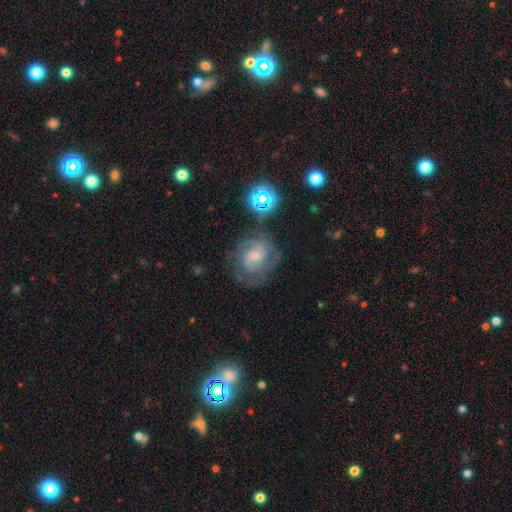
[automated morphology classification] smooth-or-featured: featured or disk: 74% | smooth: 15% | star or artifact: 11%
  disk-edge-on: no: 98% | yes: 2%
    bar: no: 55% | weak: 38% | strong: 8%
    has-spiral-arms: yes: 91% | no: 9%
      spiral-winding: tight: 52% | medium: 38% | loose: 10%
      spiral-arm-count: 2: 42% | can't tell: 31% | 3: 15% | 1: 5% | 4: 4% | more than 4: 3%
    bulge-size: small: 63% | moderate: 27% | none: 6% | large: 2% | dominant: 1%
  merging: none: 65% | minor disturbance: 19% | major disturbance: 12% | merger: 4%